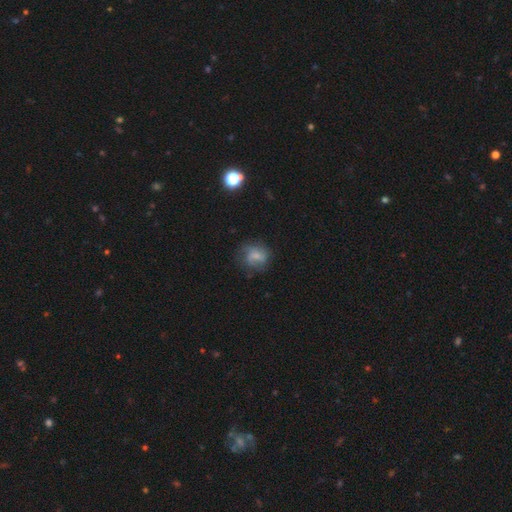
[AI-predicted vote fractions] Smooth or featured? Predicted: smooth (p=0.46). Merging? Predicted: none (p=0.60).